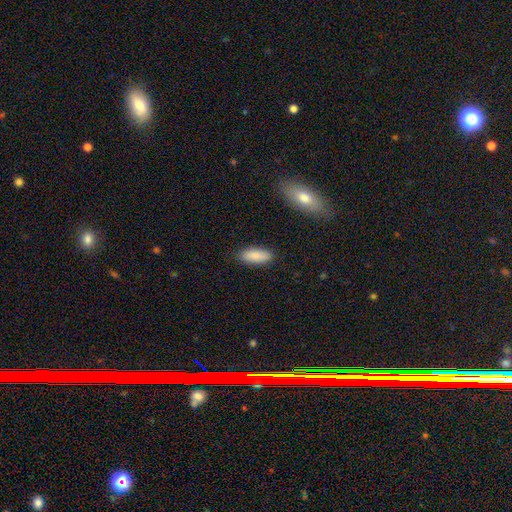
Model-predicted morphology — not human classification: type=smooth (88%); roundness=in between (77%); merging=none (87%).